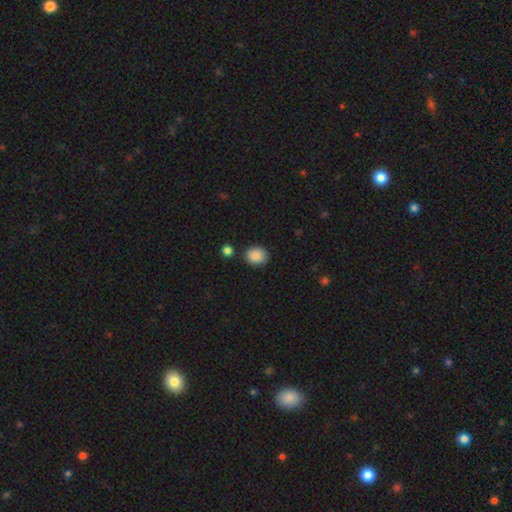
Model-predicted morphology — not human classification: Overall: smooth (88%). How rounded: round (58%; in between 41%). Merging: none (83%).